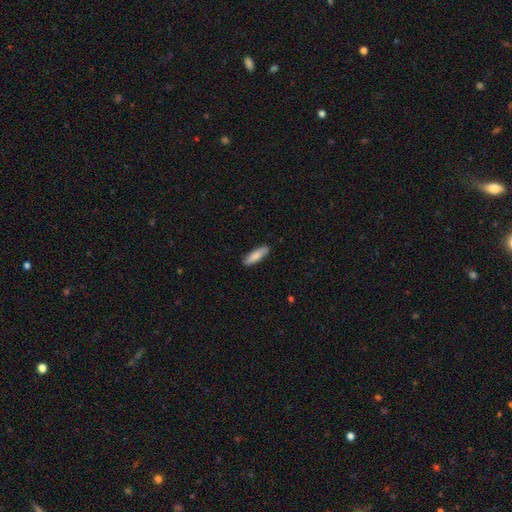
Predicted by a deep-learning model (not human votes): This appears to be a smooth galaxy with no disk features (82%) that is cigar-shaped (59%). Merging: none (87%).